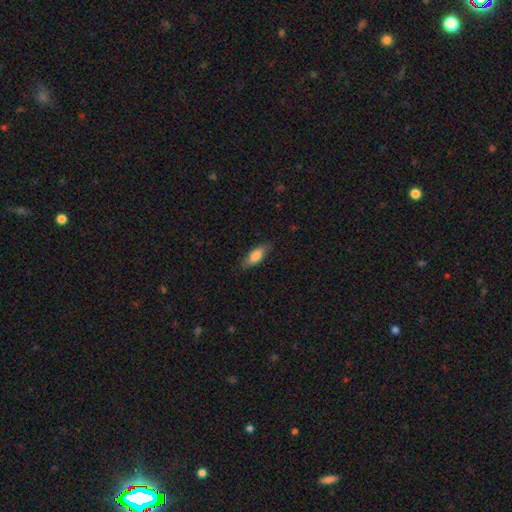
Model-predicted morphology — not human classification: Overall: smooth (78%). How rounded: in between (72%). Merging: none (81%).